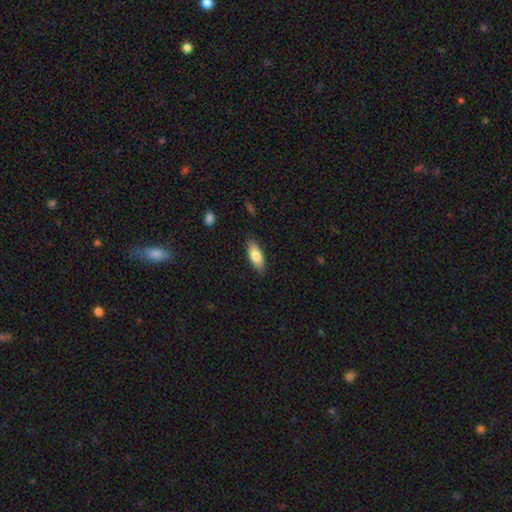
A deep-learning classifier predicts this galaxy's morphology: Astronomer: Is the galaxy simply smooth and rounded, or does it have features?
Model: smooth — 78%.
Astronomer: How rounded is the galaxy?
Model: in between — 80%.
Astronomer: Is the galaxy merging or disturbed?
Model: none — 86%.